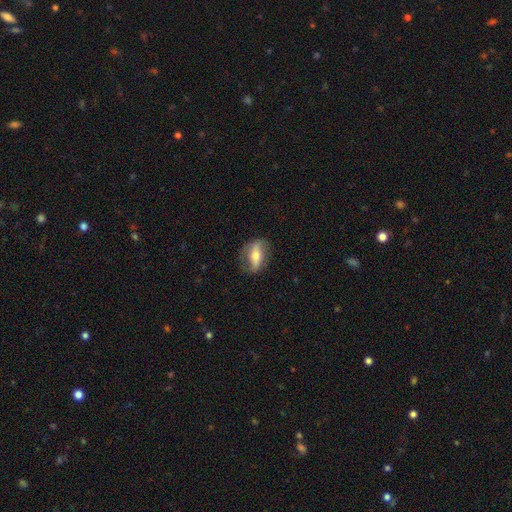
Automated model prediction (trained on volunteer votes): smooth-or-featured: featured or disk: 51% | smooth: 42% | star or artifact: 7%
  disk-edge-on: no: 66% | yes: 34%
  merging: none: 74% | minor disturbance: 18% | major disturbance: 7% | merger: 1%